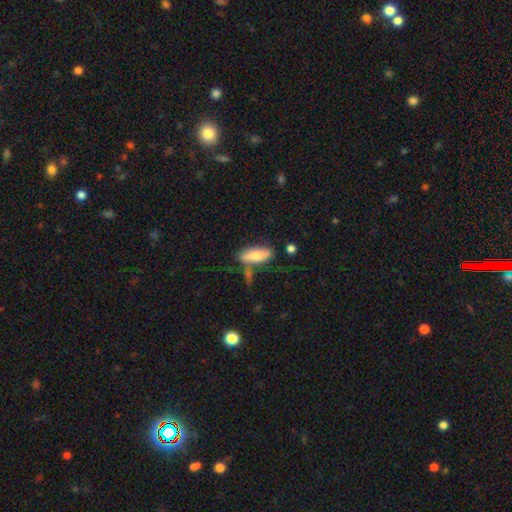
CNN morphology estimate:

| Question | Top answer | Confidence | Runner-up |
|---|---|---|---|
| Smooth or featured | smooth | 71% | featured or disk (23%) |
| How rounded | in between | 66% | cigar-shaped (31%) |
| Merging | none | 57% | minor disturbance (22%) |